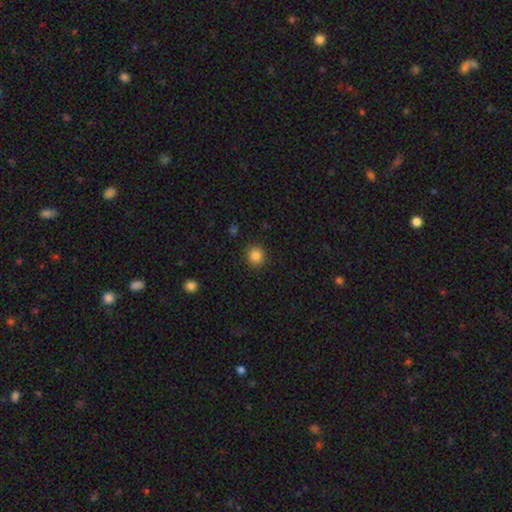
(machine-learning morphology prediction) Smooth or featured: smooth — 85% (star or artifact — 11%)
How rounded: round — 91% (in between — 8%)
Merging: none — 91% (minor disturbance — 6%)